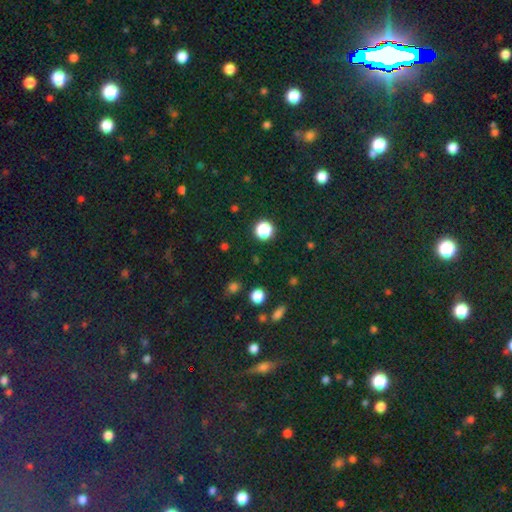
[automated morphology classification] A star or artifact, not a galaxy (80%).